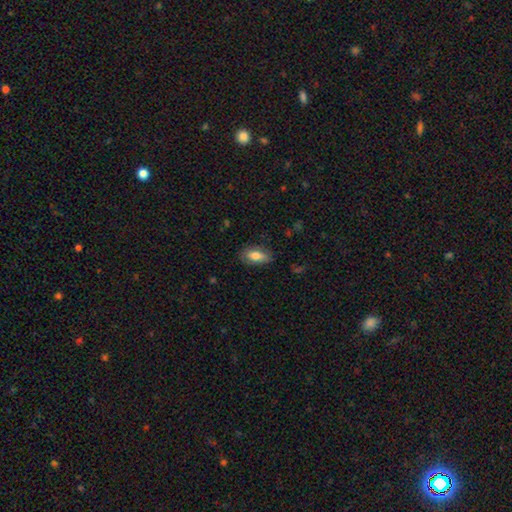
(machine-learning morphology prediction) This appears to be a smooth galaxy with no disk features (77%) that is in between round and cigar-shaped (87%). Merging: none (78%).